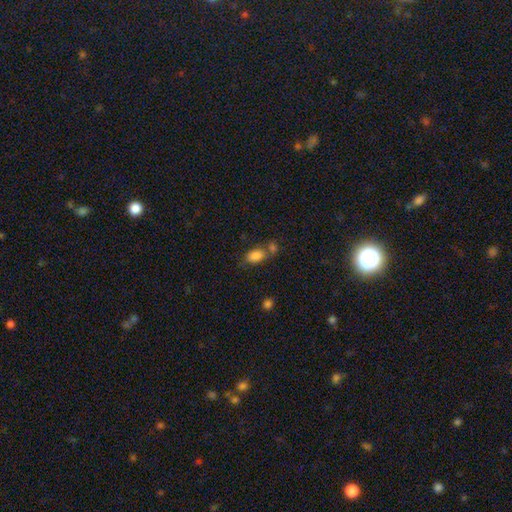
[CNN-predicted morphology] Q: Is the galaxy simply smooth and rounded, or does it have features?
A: smooth — 83%.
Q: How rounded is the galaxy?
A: in between — 88%.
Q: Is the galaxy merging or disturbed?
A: none — 47%.